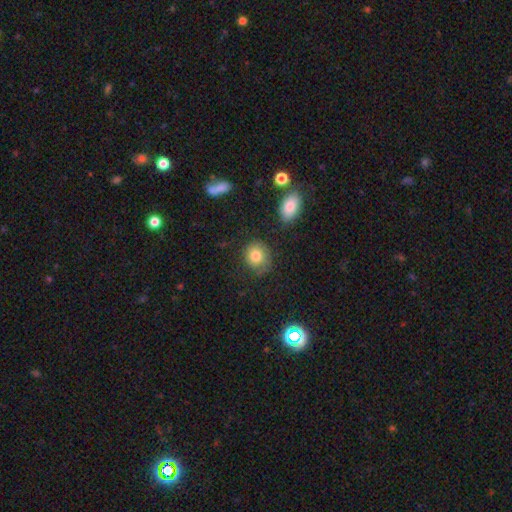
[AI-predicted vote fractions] This appears to be a smooth galaxy with no disk features (80%) that is round (75%). Merging: none (69%).